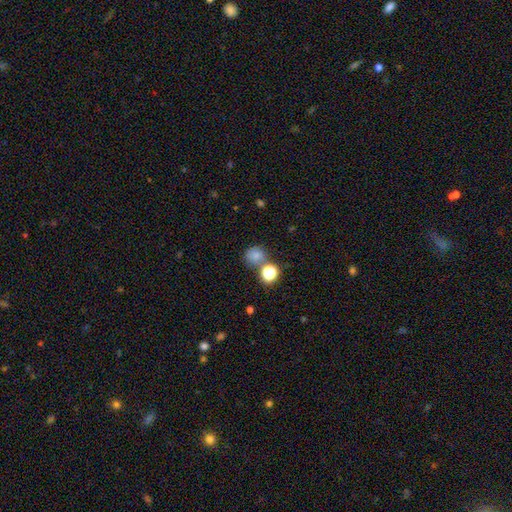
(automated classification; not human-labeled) This is likely a smooth galaxy (74%). How rounded: clearly round (81%). Merging: possibly none (60%).